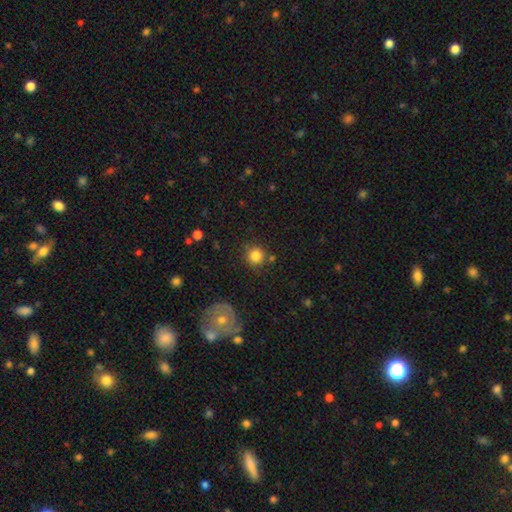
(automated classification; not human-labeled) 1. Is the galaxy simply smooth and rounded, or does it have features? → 84% smooth, 10% star or artifact, 6% featured or disk.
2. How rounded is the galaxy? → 93% round, 6% in between, 1% cigar-shaped.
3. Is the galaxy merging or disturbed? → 81% none, 9% minor disturbance, 6% merger, 3% major disturbance.